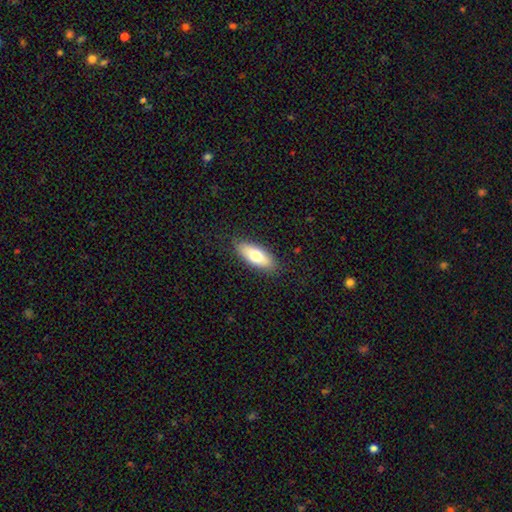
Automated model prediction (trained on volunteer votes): This is likely a smooth galaxy (72%). How rounded: likely in between (73%). Merging: clearly none (86%).